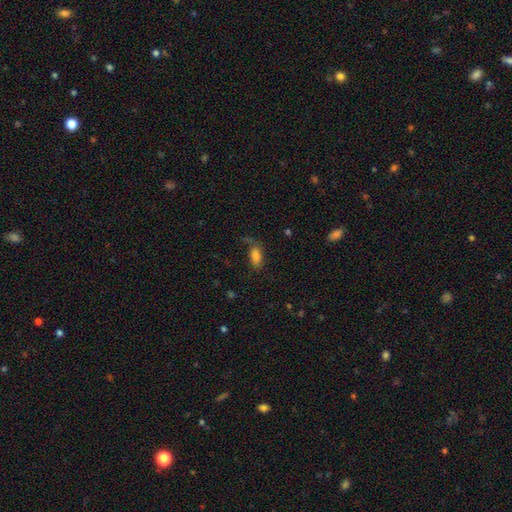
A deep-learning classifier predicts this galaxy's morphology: Smooth or featured? Predicted: smooth (p=0.81). How rounded? Predicted: in between (p=0.89). Merging? Predicted: none (p=0.65).